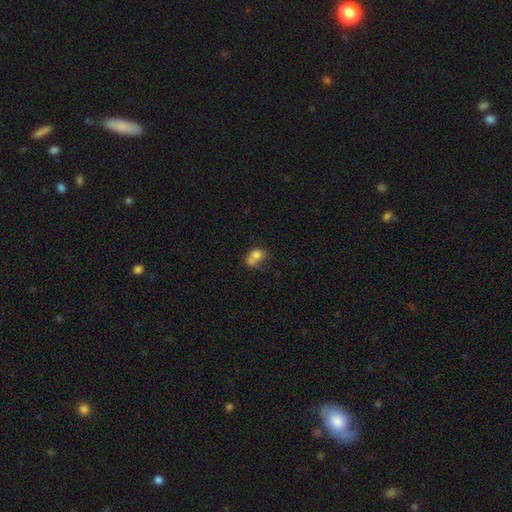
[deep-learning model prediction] Q: Smooth or featured?
A: smooth (70%); runner-up: featured or disk (19%)
Q: How rounded?
A: round (51%); runner-up: in between (47%)
Q: Merging?
A: merger (52%); runner-up: none (22%)